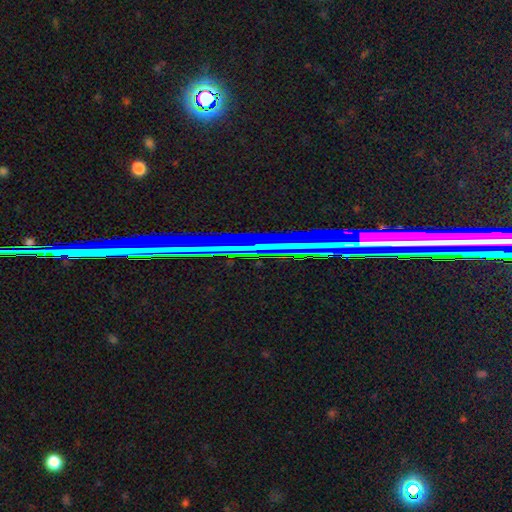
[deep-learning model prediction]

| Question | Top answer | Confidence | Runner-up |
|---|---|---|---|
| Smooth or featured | star or artifact | 73% | featured or disk (15%) |